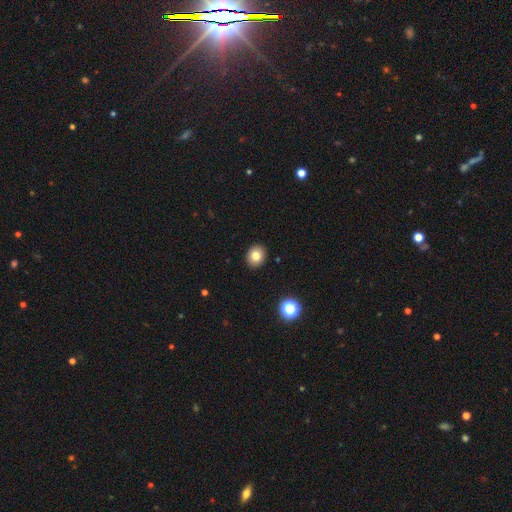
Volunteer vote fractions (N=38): smooth 79%, featured or disk 18%, star or artifact 3%. Down the decision tree: how rounded — round (50%, tied with in between); merging — none (95%).